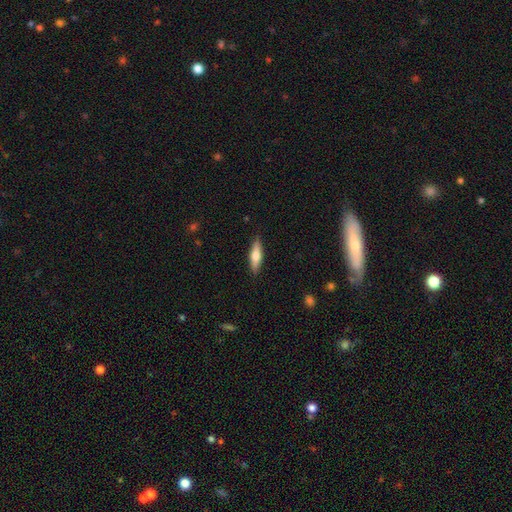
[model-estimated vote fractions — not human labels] Overall: smooth (62%; featured or disk 33%). How rounded: cigar-shaped (61%; in between 36%). Merging: none (88%).